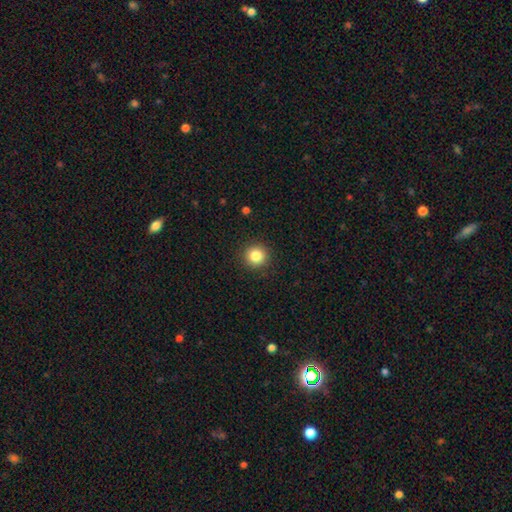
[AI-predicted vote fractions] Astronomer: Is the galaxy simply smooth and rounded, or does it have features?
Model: smooth — 84%.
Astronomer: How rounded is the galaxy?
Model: round — 94%.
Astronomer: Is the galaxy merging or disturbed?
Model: none — 92%.